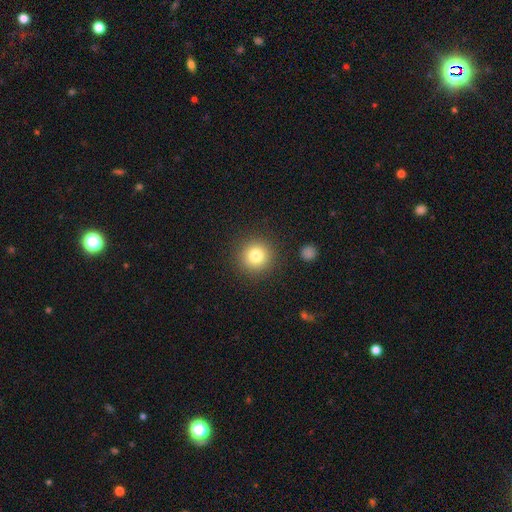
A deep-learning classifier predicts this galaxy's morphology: smooth 81%, star or artifact 11%, featured or disk 8%. Down the decision tree: how rounded — round (94%); merging — none (90%).